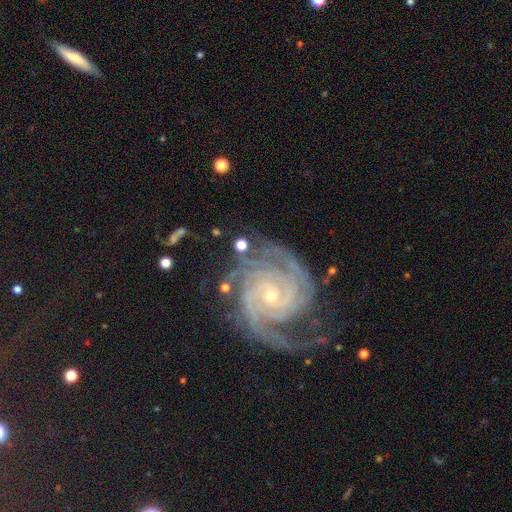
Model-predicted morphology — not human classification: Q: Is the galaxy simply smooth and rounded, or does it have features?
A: featured or disk — 91%.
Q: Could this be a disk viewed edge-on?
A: no — 98%.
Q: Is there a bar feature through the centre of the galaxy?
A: no — 65%.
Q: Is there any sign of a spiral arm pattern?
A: yes — 99%.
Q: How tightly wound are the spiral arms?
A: tight — 70%.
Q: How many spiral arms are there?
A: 2 — 33%.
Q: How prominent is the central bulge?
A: small — 73%.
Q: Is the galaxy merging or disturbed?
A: none — 69%.